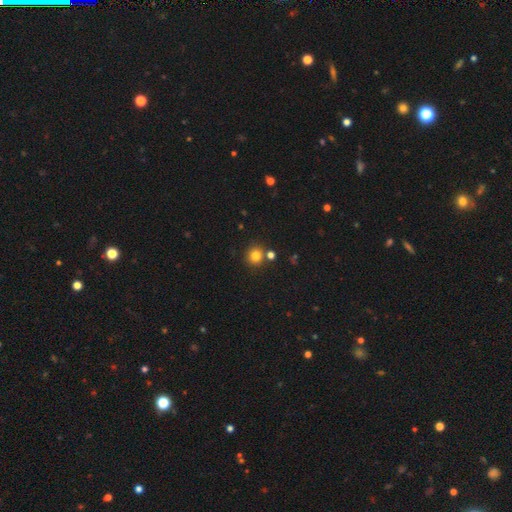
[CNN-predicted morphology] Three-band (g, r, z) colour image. It shows a smooth galaxy with no disk features (81%) that is round (91%). Merging: none (79%).